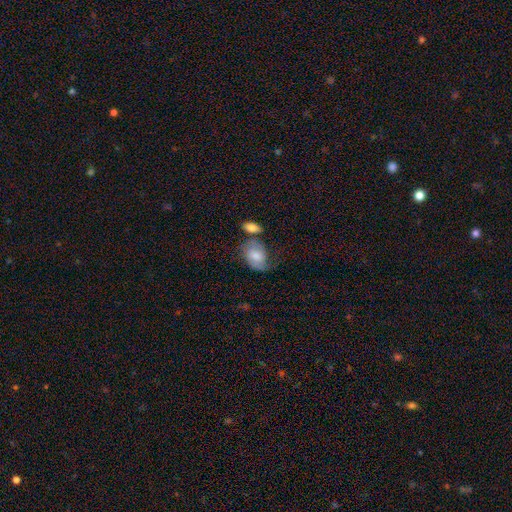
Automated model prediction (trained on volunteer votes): A smooth galaxy with no disk features (62%) that is in between round and cigar-shaped (69%). Merging: none (37%).